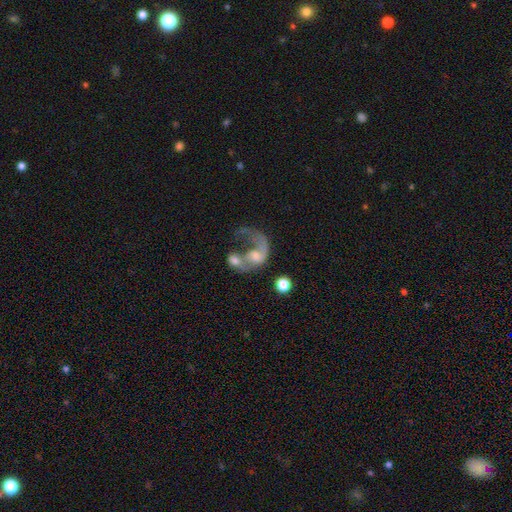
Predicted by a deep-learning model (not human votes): featured or disk 65%, smooth 25%, star or artifact 10%. Down the decision tree: edge-on disk — no (97%); bar — no (70%); spiral arms — yes (71%); bulge size — moderate (39%); merging — merger (51%).